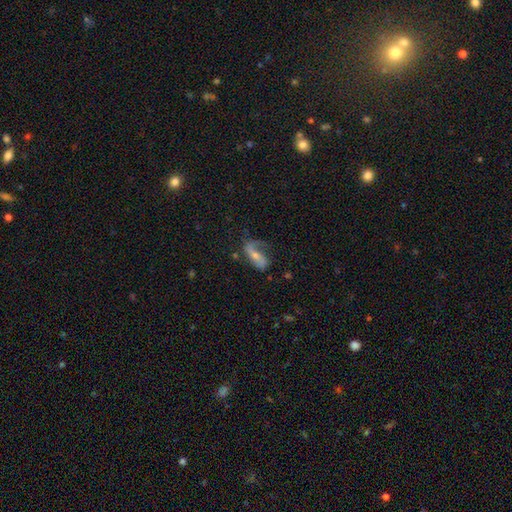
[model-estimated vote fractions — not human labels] Overall: featured or disk (61%; smooth 32%). Edge-on disk: no (91%). Bar: no (41%; weak 32%). Spiral arms: yes (84%). Bulge size: small (49%; moderate 41%). Merging: none (44%; major disturbance 29%).